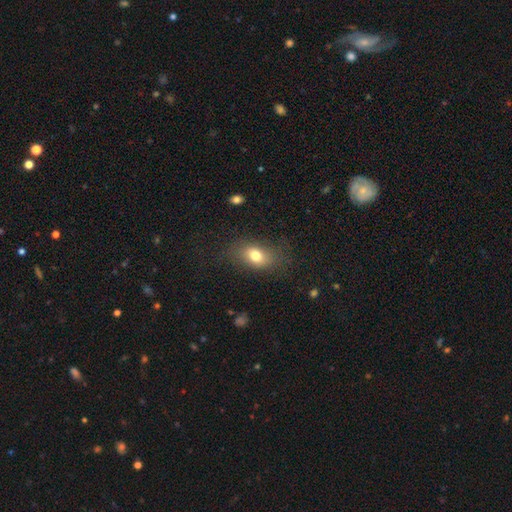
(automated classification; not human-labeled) A smooth galaxy with no disk features (75%) that is in between round and cigar-shaped (78%). Merging: none (73%).